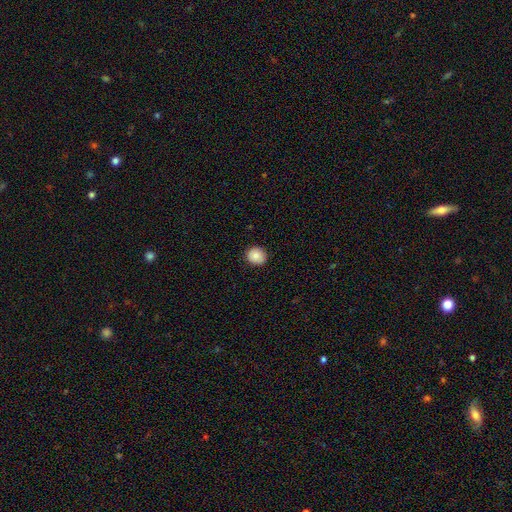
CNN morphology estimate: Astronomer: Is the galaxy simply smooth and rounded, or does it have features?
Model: smooth — 85%.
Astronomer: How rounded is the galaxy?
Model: round — 85%.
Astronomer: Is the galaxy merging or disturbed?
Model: none — 89%.